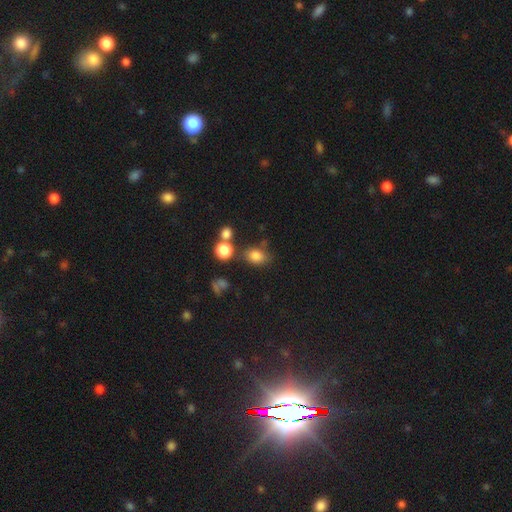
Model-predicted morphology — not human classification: smooth_or_featured: smooth (p=0.81) [alt: star or artifact p=0.13]
how_rounded: in between (p=0.60) [alt: round p=0.39]
merging: none (p=0.66) [alt: minor disturbance p=0.15]